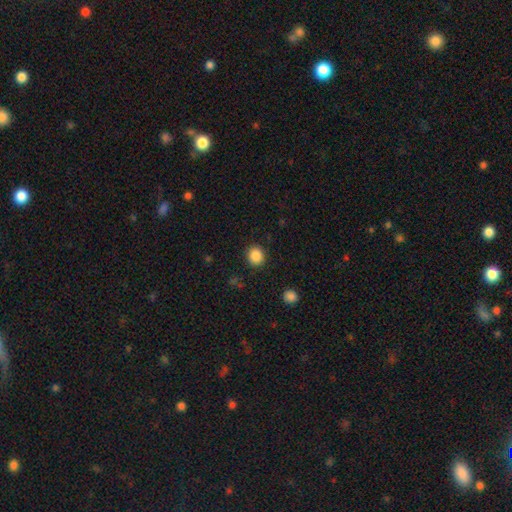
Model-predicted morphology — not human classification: A smooth galaxy with no disk features (87%) that is round (84%).

Vote fractions:
- Smooth or featured? smooth: 87% / star or artifact: 10% / featured or disk: 4%
- How rounded? round: 84% / in between: 15% / cigar-shaped: 1%
- Merging? none: 90% / minor disturbance: 6% / major disturbance: 2% / merger: 1%